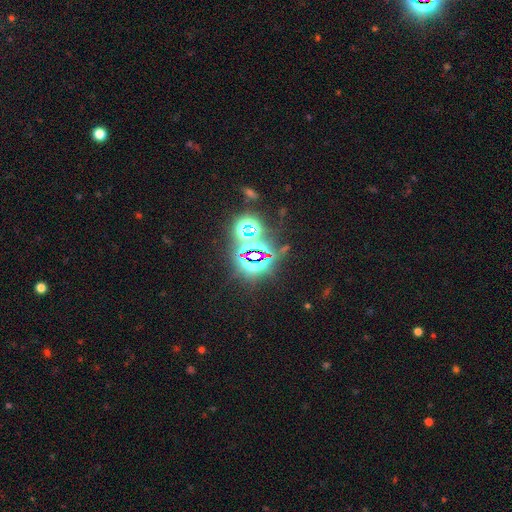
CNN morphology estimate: This appears to be a star or artifact, not a galaxy (80%).